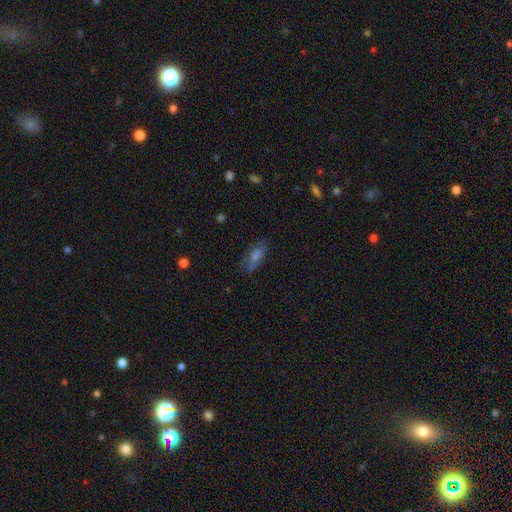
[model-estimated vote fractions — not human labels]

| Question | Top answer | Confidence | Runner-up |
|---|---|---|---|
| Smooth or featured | smooth | 54% | featured or disk (26%) |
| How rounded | in between | 62% | cigar-shaped (31%) |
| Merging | none | 72% | minor disturbance (19%) |